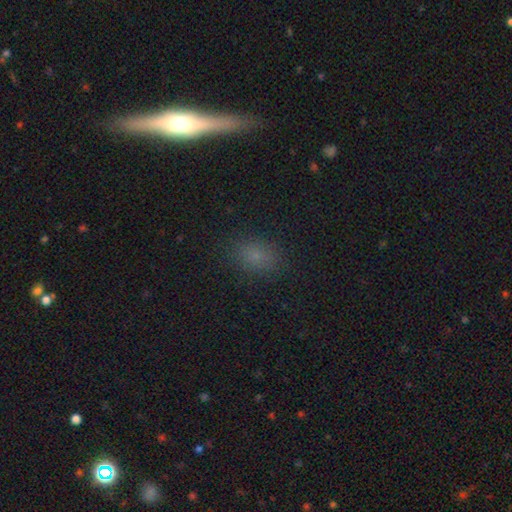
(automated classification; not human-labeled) smooth_or_featured: smooth (p=0.72) [alt: star or artifact p=0.18]
how_rounded: in between (p=0.64) [alt: round p=0.32]
merging: none (p=0.84) [alt: minor disturbance p=0.10]